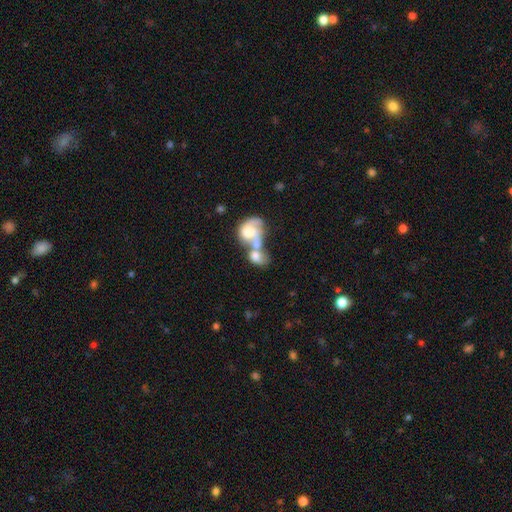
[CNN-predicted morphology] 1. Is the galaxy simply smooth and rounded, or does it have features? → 49% smooth, 43% featured or disk, 9% star or artifact.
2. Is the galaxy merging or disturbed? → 78% merger, 9% none, 8% major disturbance, 5% minor disturbance.